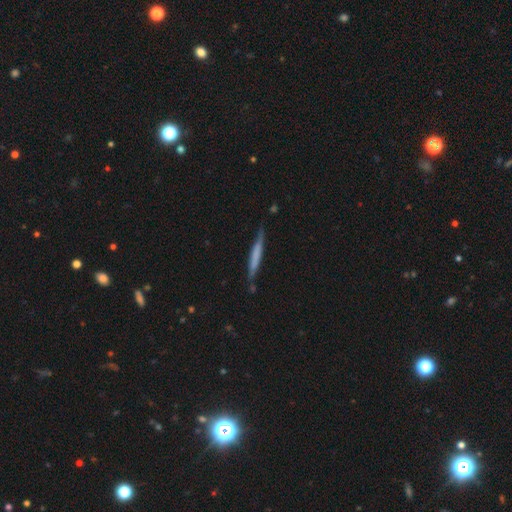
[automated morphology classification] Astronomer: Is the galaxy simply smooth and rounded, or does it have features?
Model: smooth — 51% (runner-up: featured or disk, 43%).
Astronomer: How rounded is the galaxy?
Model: cigar-shaped — 95%.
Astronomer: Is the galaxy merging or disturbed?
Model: none — 79%.